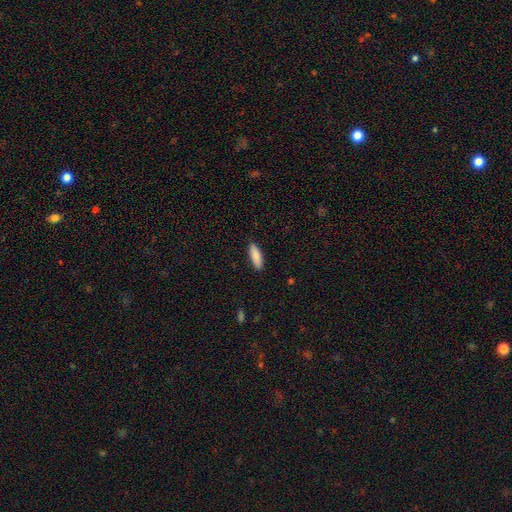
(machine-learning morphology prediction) This appears to be a smooth galaxy with no disk features (88%) that is in between round and cigar-shaped (51%). Merging: none (88%).